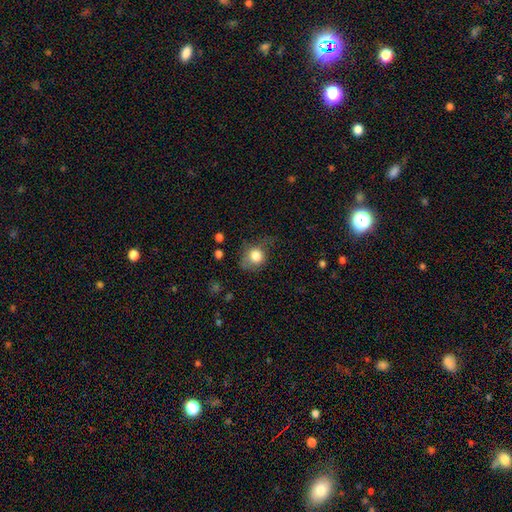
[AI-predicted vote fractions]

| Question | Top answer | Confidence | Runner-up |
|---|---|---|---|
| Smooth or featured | smooth | 80% | featured or disk (11%) |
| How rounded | round | 71% | in between (28%) |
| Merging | none | 45% | minor disturbance (31%) |